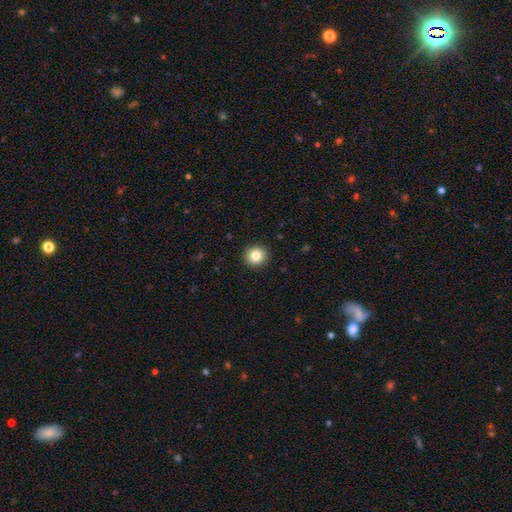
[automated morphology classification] A smooth galaxy with no disk features (83%) that is round (92%).

Vote fractions:
- Smooth or featured? smooth: 83% / star or artifact: 10% / featured or disk: 7%
- How rounded? round: 92% / in between: 7% / cigar-shaped: 1%
- Merging? none: 93% / minor disturbance: 5% / major disturbance: 2% / merger: 1%